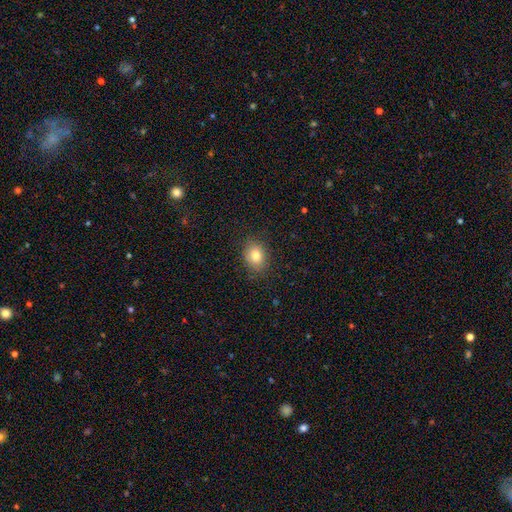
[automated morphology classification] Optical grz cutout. It shows a smooth galaxy with no disk features (80%) that is in between round and cigar-shaped (52%). Merging: none (85%).